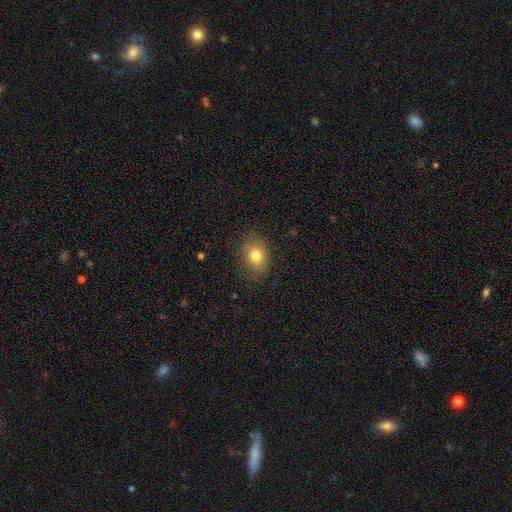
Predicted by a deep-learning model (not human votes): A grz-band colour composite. It shows a smooth galaxy with no disk features (78%) that is in between round and cigar-shaped (60%). Merging: none (84%).